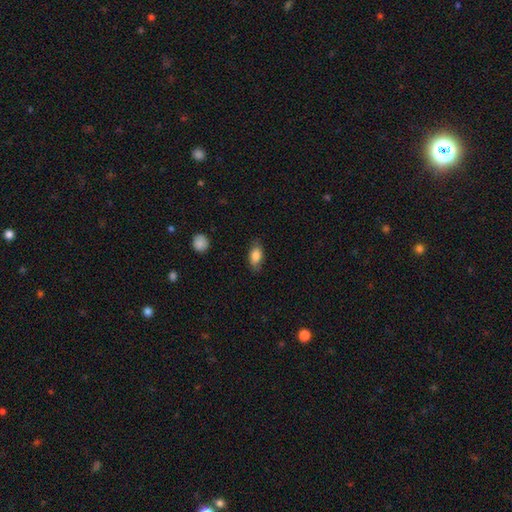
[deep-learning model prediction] Smooth or featured?
  - smooth: 82% *
  - featured or disk: 11%
  - star or artifact: 7%
How rounded?
  - in between: 88% *
  - cigar-shaped: 7%
  - round: 5%
Merging?
  - none: 81% *
  - minor disturbance: 15%
  - major disturbance: 3%
  - merger: 1%